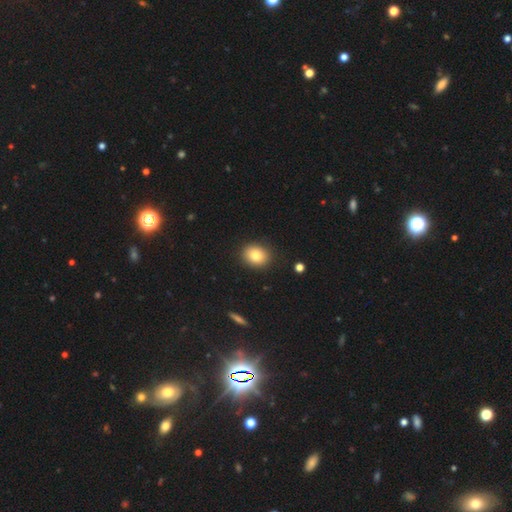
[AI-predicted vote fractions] Overall: smooth (81%). How rounded: round (57%; in between 42%). Merging: none (89%).